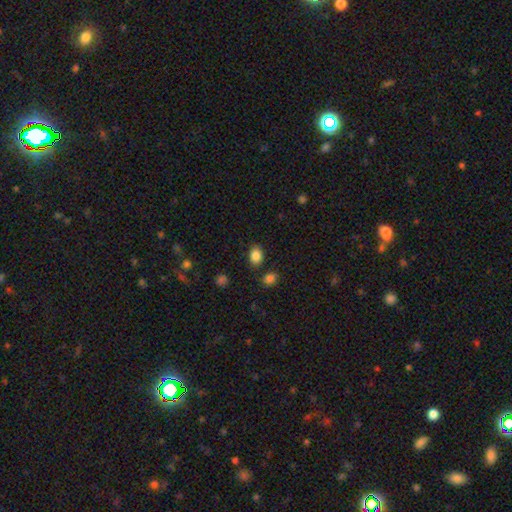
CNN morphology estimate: The model was most divided on "how rounded": in between: 75%, round: 24%, cigar-shaped: 1%. More confident: smooth or featured — smooth (86%); merging — none (83%).